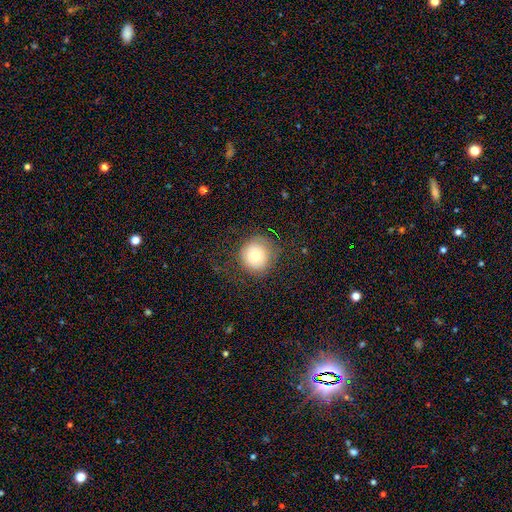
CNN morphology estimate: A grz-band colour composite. It shows a smooth galaxy with no disk features (70%) that is round (93%). Merging: none (74%).